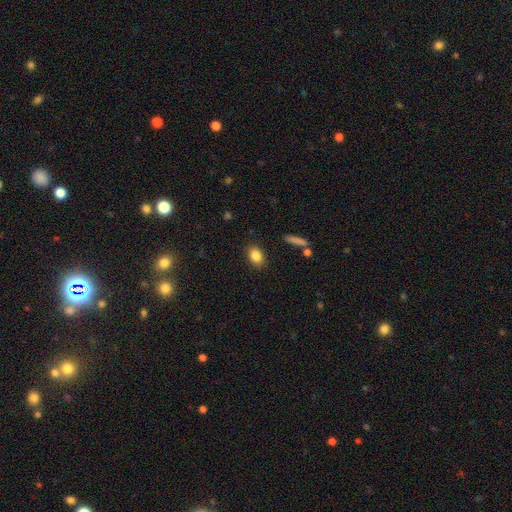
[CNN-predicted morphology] A smooth galaxy with no disk features (86%) that is in between round and cigar-shaped (76%).

Vote fractions:
- Smooth or featured? smooth: 86% / star or artifact: 8% / featured or disk: 6%
- How rounded? in between: 76% / round: 21% / cigar-shaped: 2%
- Merging? none: 86% / minor disturbance: 10% / major disturbance: 3% / merger: 2%